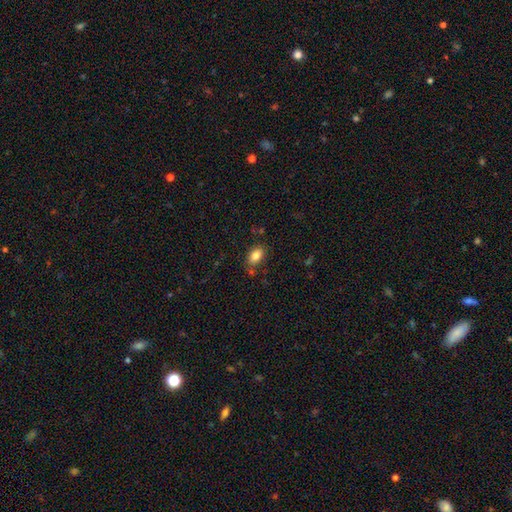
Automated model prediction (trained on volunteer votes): Smooth or featured: smooth — 85% (star or artifact — 9%)
How rounded: in between — 89% (round — 9%)
Merging: none — 77% (minor disturbance — 14%)